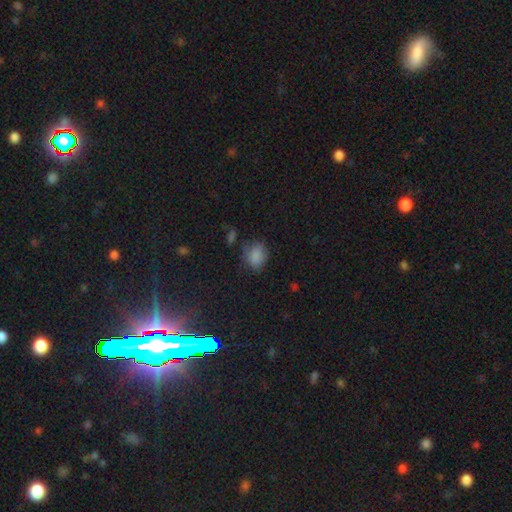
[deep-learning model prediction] Smooth or featured: smooth — 81% (star or artifact — 12%)
How rounded: in between — 59% (round — 40%)
Merging: none — 62% (minor disturbance — 24%)